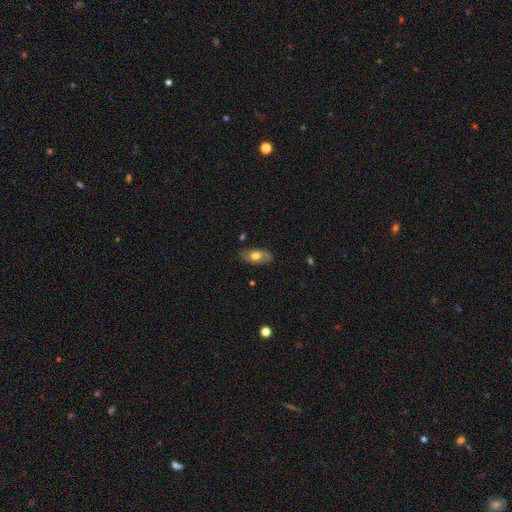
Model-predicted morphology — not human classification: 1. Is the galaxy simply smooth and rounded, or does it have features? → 54% smooth, 39% featured or disk, 7% star or artifact.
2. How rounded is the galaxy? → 90% in between, 5% round, 4% cigar-shaped.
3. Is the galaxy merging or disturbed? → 81% none, 14% minor disturbance, 3% major disturbance, 1% merger.